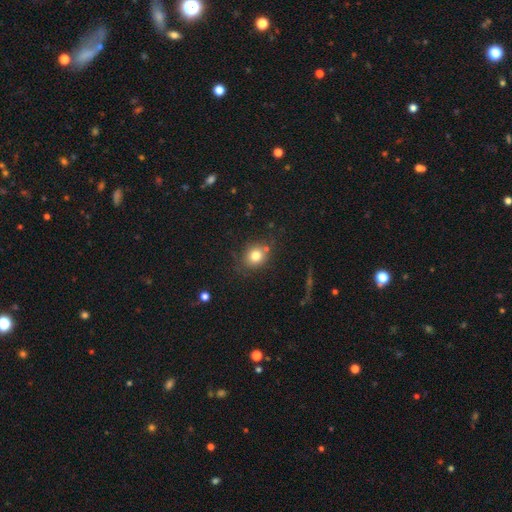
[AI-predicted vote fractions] The model was most divided on "how rounded": round: 71%, in between: 28%, cigar-shaped: 1%. More confident: smooth or featured — smooth (79%); merging — none (76%).